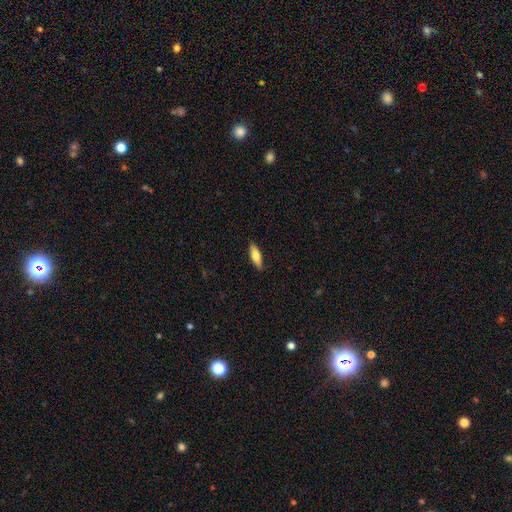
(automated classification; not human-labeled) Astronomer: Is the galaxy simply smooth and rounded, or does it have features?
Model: smooth — 71%.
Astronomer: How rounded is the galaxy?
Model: in between — 57% (runner-up: cigar-shaped, 41%).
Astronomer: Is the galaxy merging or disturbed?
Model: none — 87%.